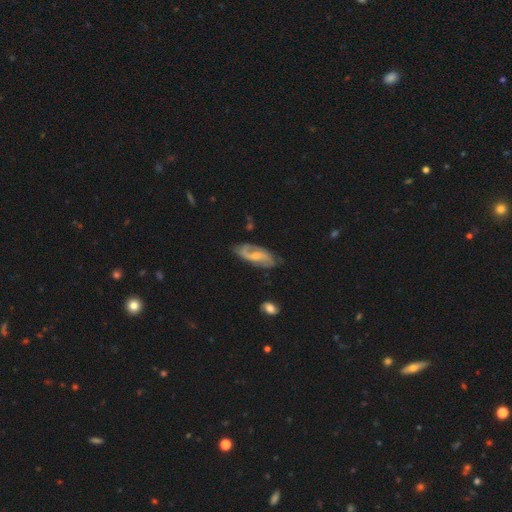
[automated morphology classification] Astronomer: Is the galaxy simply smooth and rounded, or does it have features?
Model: featured or disk — 80%.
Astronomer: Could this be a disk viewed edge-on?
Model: no — 94%.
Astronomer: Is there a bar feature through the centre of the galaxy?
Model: weak — 48% (runner-up: no, 37%).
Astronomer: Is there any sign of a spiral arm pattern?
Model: yes — 95%.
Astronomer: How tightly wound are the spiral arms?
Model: medium — 46% (runner-up: loose, 34%).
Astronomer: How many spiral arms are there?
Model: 2 — 85%.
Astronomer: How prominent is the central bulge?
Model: small — 49% (runner-up: moderate, 39%).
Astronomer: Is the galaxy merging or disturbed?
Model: none — 72%.